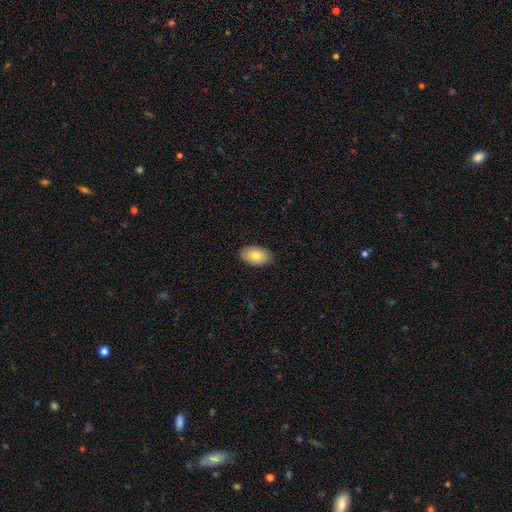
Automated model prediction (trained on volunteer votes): Smooth or featured?
  - smooth: 79% *
  - featured or disk: 15%
  - star or artifact: 6%
How rounded?
  - in between: 92% *
  - round: 6%
  - cigar-shaped: 1%
Merging?
  - none: 86% *
  - minor disturbance: 11%
  - major disturbance: 2%
  - merger: 1%